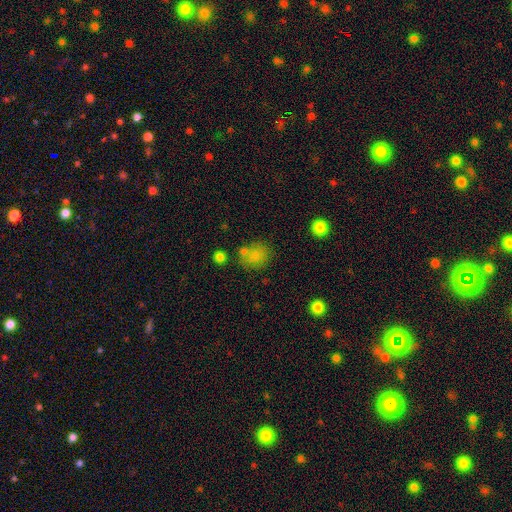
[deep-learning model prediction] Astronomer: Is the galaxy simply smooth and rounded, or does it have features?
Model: smooth — 78%.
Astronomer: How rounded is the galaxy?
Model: round — 68%.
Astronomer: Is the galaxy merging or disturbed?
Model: none — 64%.